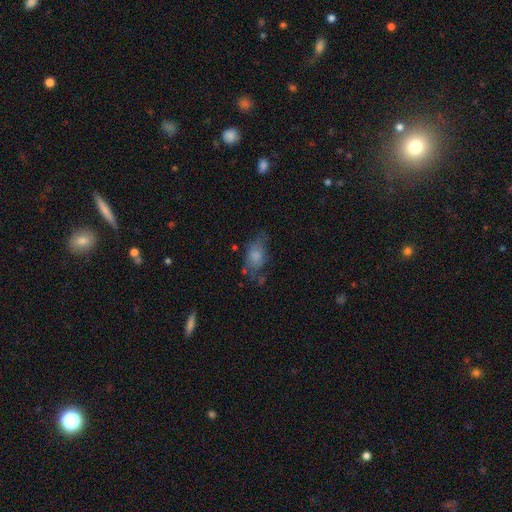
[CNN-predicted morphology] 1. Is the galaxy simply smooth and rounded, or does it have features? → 62% smooth, 28% featured or disk, 10% star or artifact.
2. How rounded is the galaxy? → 86% in between, 9% round, 4% cigar-shaped.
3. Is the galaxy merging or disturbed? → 41% none, 28% minor disturbance, 26% major disturbance, 4% merger.